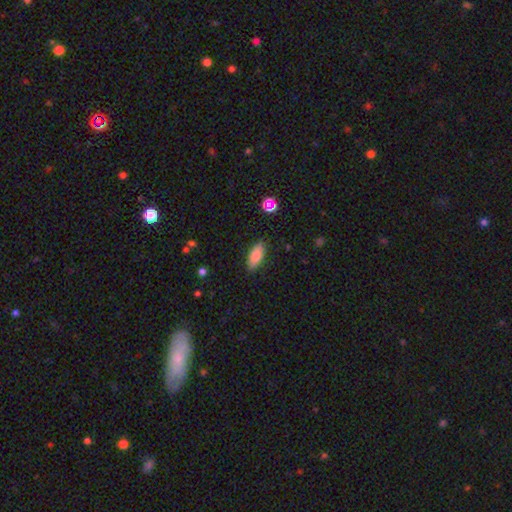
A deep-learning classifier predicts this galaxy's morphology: type=smooth (77%); roundness=in between (80%); merging=none (88%).